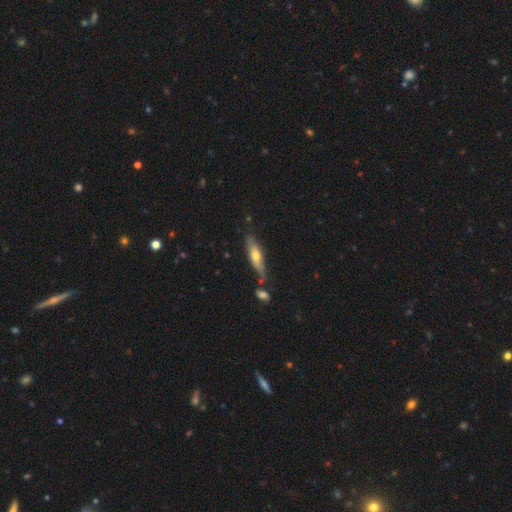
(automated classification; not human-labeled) Smooth or featured: smooth — 54% (featured or disk — 40%)
How rounded: cigar-shaped — 61% (in between — 37%)
Merging: none — 63% (minor disturbance — 20%)